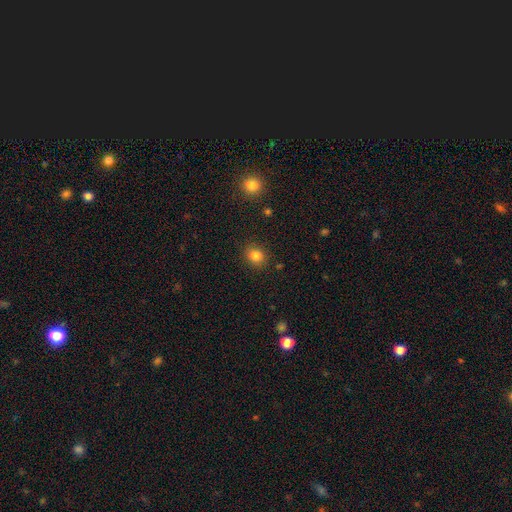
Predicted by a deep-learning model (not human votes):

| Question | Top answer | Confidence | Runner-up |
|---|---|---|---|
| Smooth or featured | smooth | 84% | star or artifact (12%) |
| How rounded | round | 67% | in between (32%) |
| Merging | none | 86% | minor disturbance (9%) |